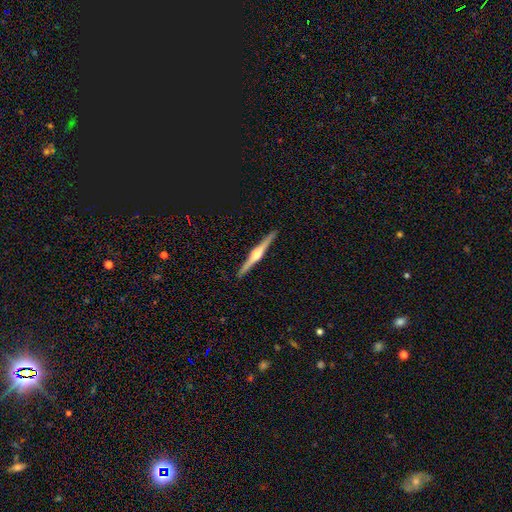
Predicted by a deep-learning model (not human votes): Smooth or featured? featured or disk (82%)
Edge-on disk? yes (99%)
Edge-on bulge? rounded (91%)
Merging? none (92%)